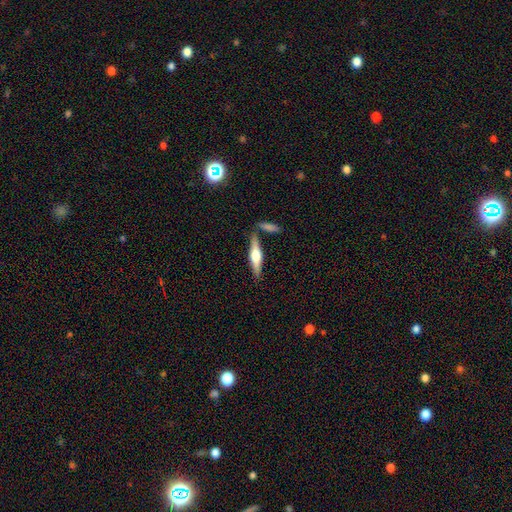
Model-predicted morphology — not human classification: Smooth or featured?
  - featured or disk: 59% *
  - smooth: 36%
  - star or artifact: 5%
Edge-on disk?
  - yes: 96% *
  - no: 4%
Edge-on bulge?
  - rounded: 92% *
  - boxy: 6%
  - none: 3%
Merging?
  - none: 78% *
  - merger: 10%
  - minor disturbance: 9%
  - major disturbance: 2%